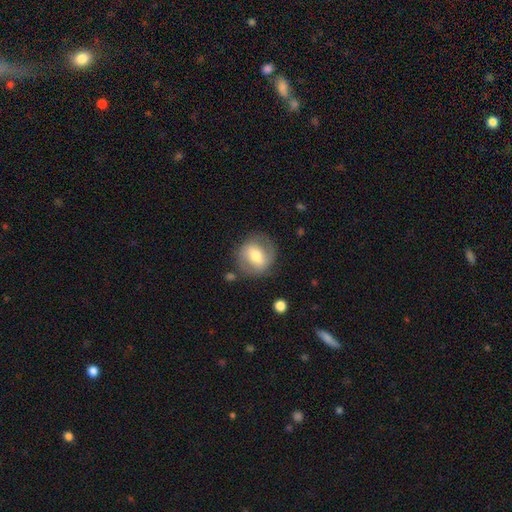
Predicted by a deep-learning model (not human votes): Morphology: type=smooth (51%); roundness=round (81%); merging=none (76%).